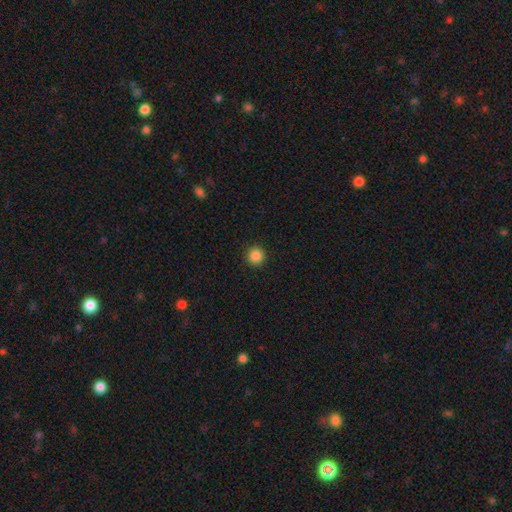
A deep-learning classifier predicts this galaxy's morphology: Smooth or featured: smooth — 86% (star or artifact — 10%)
How rounded: round — 95% (in between — 4%)
Merging: none — 93% (minor disturbance — 5%)